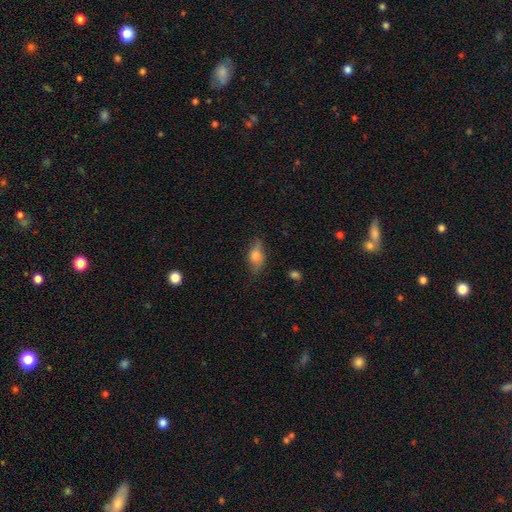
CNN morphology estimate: Smooth or featured? Predicted: smooth (p=0.68). How rounded? Predicted: in between (p=0.80). Merging? Predicted: none (p=0.73).